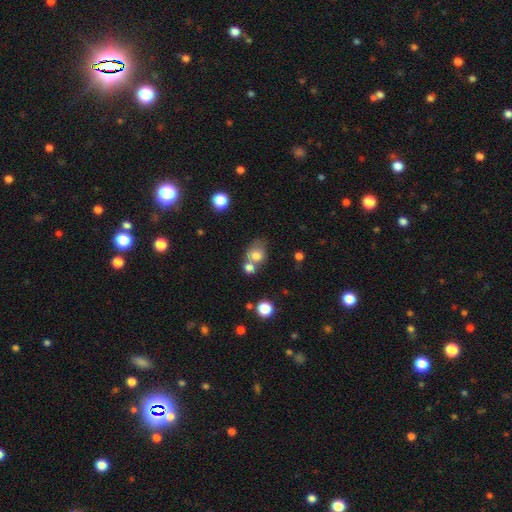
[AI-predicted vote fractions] smooth_or_featured: smooth (p=0.77) [alt: featured or disk p=0.12]
how_rounded: round (p=0.54) [alt: in between p=0.45]
merging: merger (p=0.42) [alt: none p=0.37]